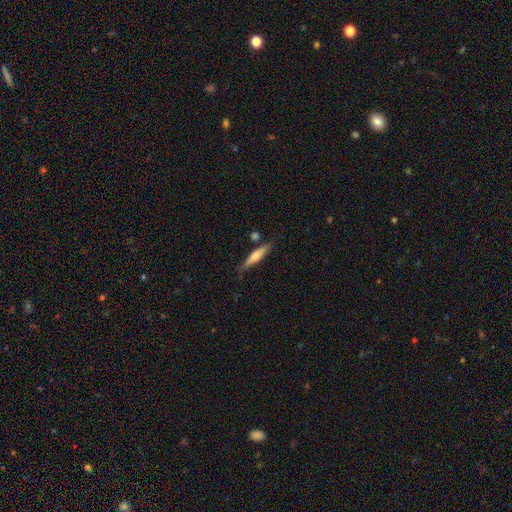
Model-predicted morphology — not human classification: Q: Smooth or featured?
A: smooth (57%); runner-up: featured or disk (37%)
Q: How rounded?
A: cigar-shaped (83%); runner-up: in between (15%)
Q: Merging?
A: none (70%); runner-up: minor disturbance (19%)